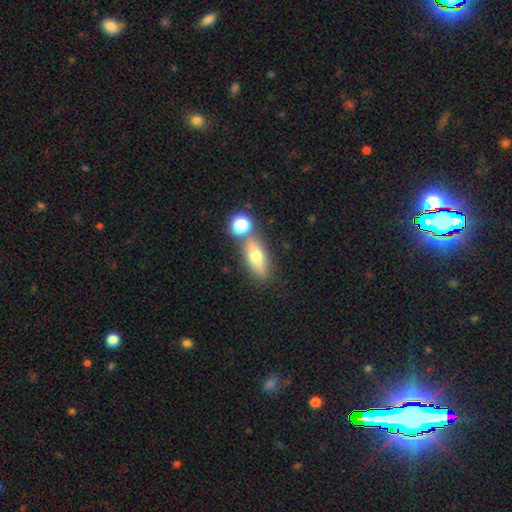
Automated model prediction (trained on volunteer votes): This is likely a smooth galaxy (63%). How rounded: likely in between (62%). Merging: likely none (65%).